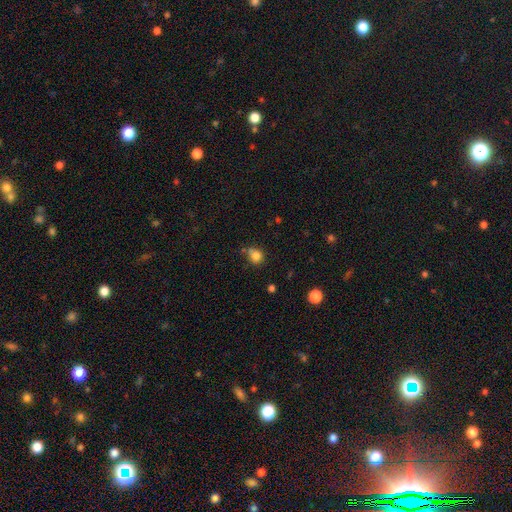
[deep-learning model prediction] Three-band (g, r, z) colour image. It shows a smooth galaxy with no disk features (81%) that is round (75%). Merging: none (58%).